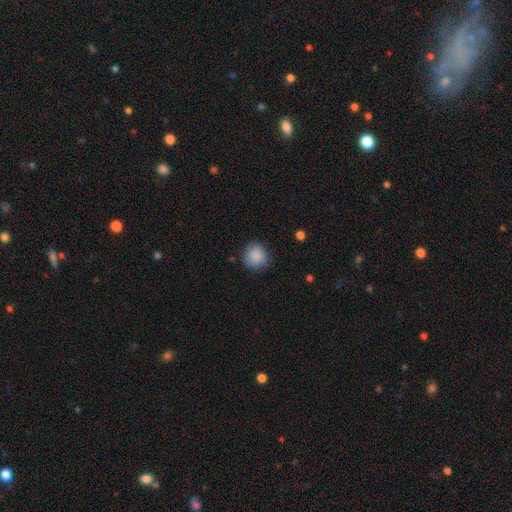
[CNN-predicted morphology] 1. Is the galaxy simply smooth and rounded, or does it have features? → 88% smooth, 8% star or artifact, 4% featured or disk.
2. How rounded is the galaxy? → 91% round, 8% in between, 1% cigar-shaped.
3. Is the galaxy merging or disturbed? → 83% none, 13% minor disturbance, 3% major disturbance, 1% merger.